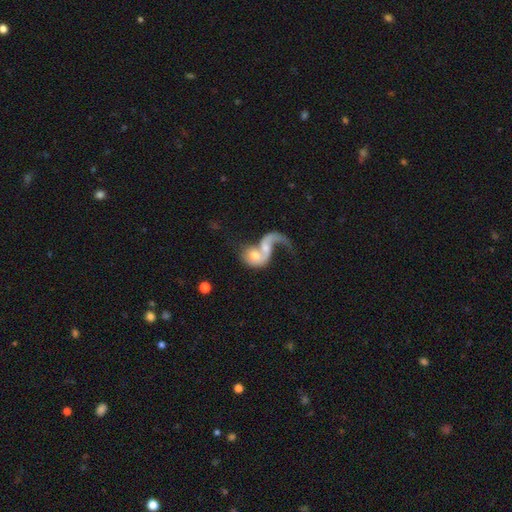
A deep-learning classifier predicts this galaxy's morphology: Smooth or featured?
  - featured or disk: 63% *
  - smooth: 30%
  - star or artifact: 7%
Edge-on disk?
  - no: 96% *
  - yes: 4%
Bar?
  - no: 65% *
  - weak: 27%
  - strong: 8%
Spiral arms?
  - yes: 73% *
  - no: 27%
Bulge size?
  - moderate: 52% *
  - small: 27%
  - large: 11%
  - none: 8%
  - dominant: 2%
Merging?
  - merger: 70% *
  - major disturbance: 14%
  - none: 10%
  - minor disturbance: 5%